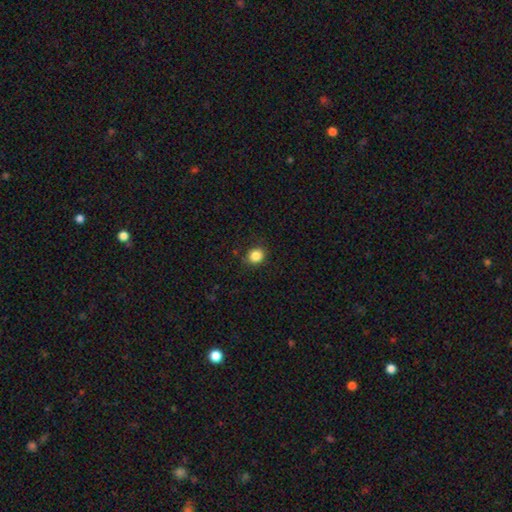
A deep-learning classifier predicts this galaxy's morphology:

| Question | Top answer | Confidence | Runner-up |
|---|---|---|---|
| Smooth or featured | smooth | 85% | star or artifact (11%) |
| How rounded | round | 80% | in between (19%) |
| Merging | none | 86% | minor disturbance (10%) |